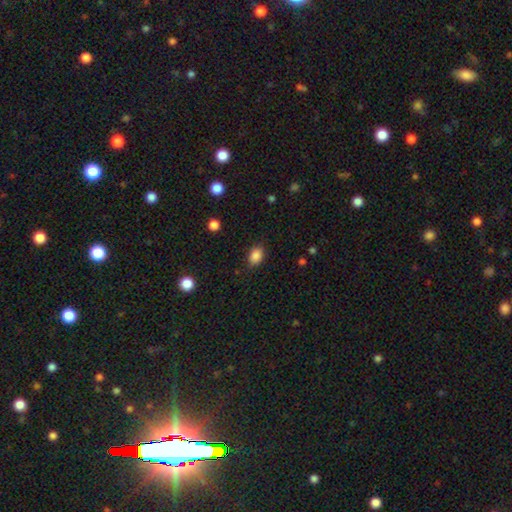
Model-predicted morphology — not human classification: Overall: smooth (87%). How rounded: in between (72%). Merging: none (83%).